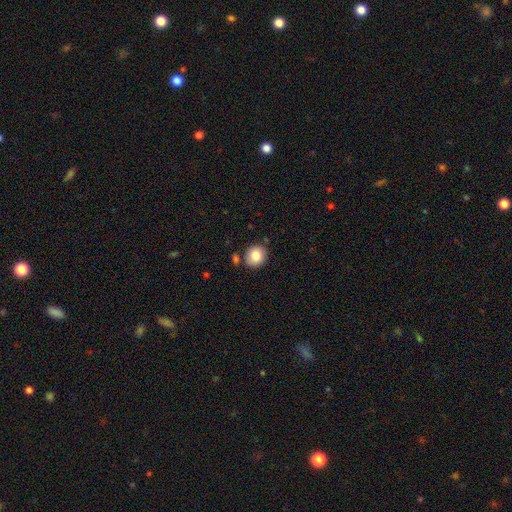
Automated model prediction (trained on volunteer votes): This is clearly a smooth galaxy (85%). How rounded: likely round (74%). Merging: likely none (79%).